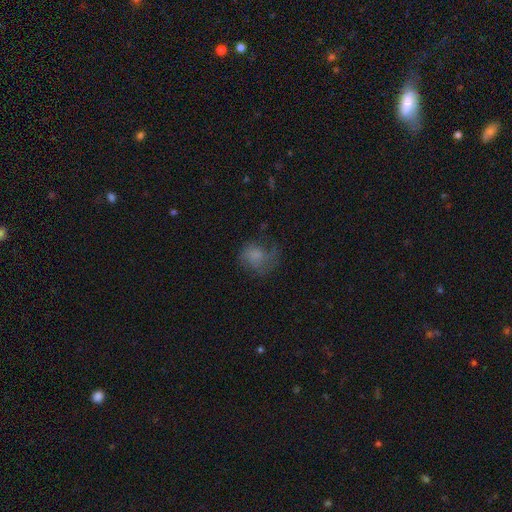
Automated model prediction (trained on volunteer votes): A smooth galaxy with no disk features (59%) that is round (70%).

Vote fractions:
- Smooth or featured? smooth: 59% / featured or disk: 29% / star or artifact: 12%
- How rounded? round: 70% / in between: 29% / cigar-shaped: 1%
- Merging? none: 46% / major disturbance: 29% / minor disturbance: 23% / merger: 2%